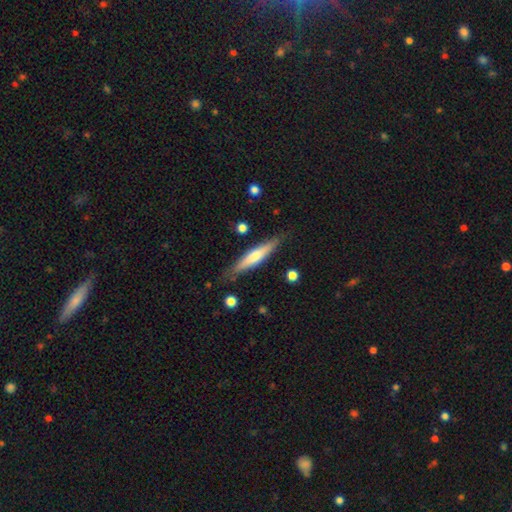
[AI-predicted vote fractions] Morphology: type=smooth (51%); roundness=cigar-shaped (88%); merging=none (82%).